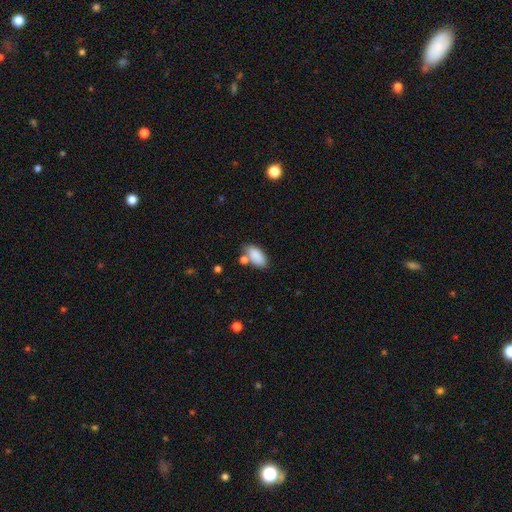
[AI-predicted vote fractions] Overall: smooth (87%). How rounded: in between (93%). Merging: none (63%).